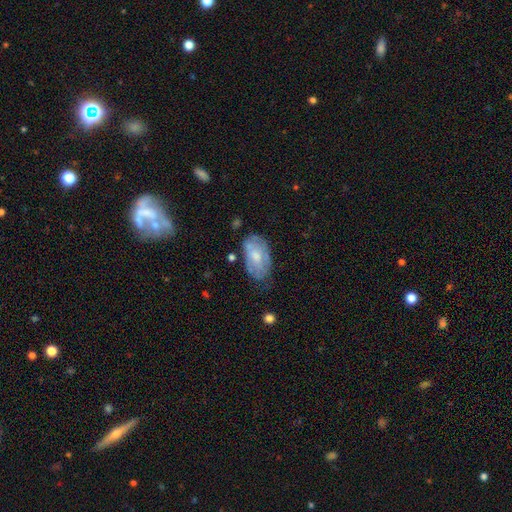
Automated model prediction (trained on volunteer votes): Q: Smooth or featured?
A: smooth (52%); runner-up: featured or disk (41%)
Q: How rounded?
A: in between (93%); runner-up: round (5%)
Q: Merging?
A: none (57%); runner-up: minor disturbance (31%)